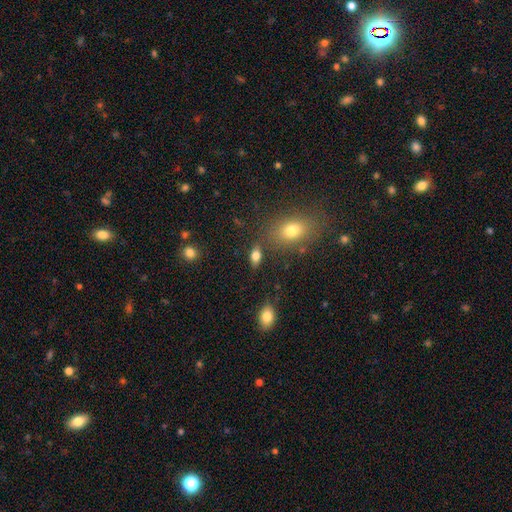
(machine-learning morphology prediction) This appears to be a smooth galaxy with no disk features (78%) that is in between round and cigar-shaped (84%). Merging: none (73%).